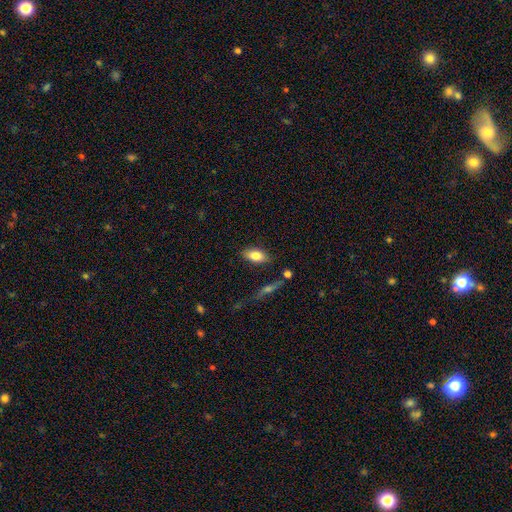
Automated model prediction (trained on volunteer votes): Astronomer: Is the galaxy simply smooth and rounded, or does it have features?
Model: smooth — 80%.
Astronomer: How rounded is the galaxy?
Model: in between — 89%.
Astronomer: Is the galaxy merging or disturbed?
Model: none — 80%.